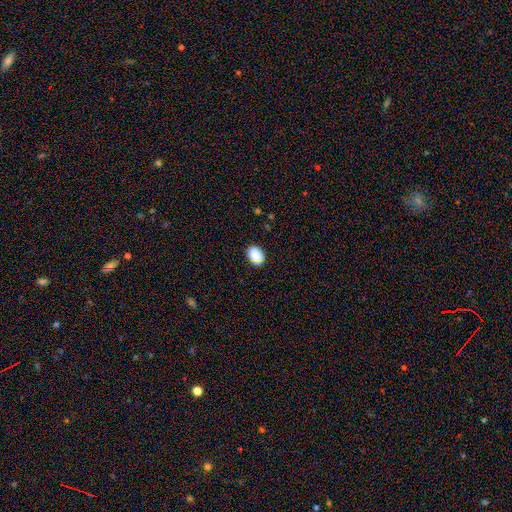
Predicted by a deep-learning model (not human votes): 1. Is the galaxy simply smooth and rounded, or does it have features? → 88% smooth, 8% star or artifact, 4% featured or disk.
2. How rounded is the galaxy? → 65% in between, 34% round, 1% cigar-shaped.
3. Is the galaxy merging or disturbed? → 85% none, 11% minor disturbance, 2% major disturbance, 2% merger.